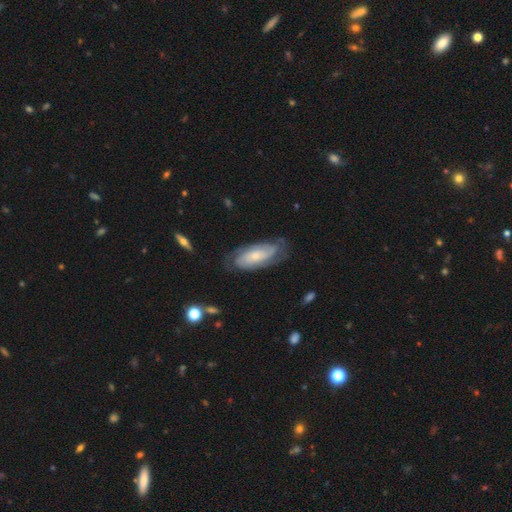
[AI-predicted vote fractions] smooth_or_featured: featured or disk (p=0.73) [alt: smooth p=0.22]
disk_edge_on: no (p=0.92) [alt: yes p=0.08]
bar: no (p=0.66) [alt: weak p=0.26]
has_spiral_arms: yes (p=0.92) [alt: no p=0.08]
spiral_winding: tight (p=0.61) [alt: medium p=0.30]
spiral_arm_count: 2 (p=0.51) [alt: can't tell p=0.31]
bulge_size: small (p=0.60) [alt: moderate p=0.30]
merging: none (p=0.70) [alt: minor disturbance p=0.20]